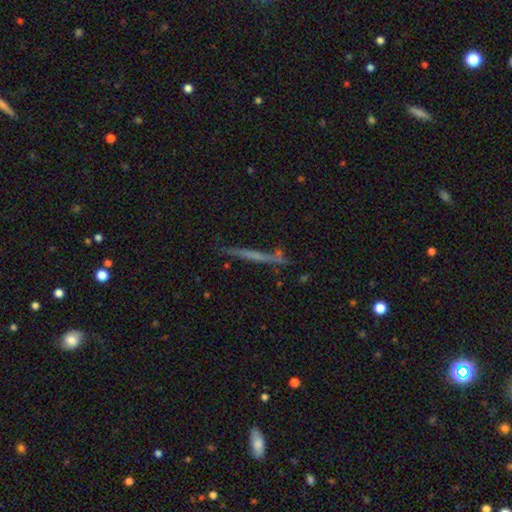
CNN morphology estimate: This is possibly a featured or disk galaxy (50%). It is clearly viewed edge-on (94%). Merging: likely none (78%).